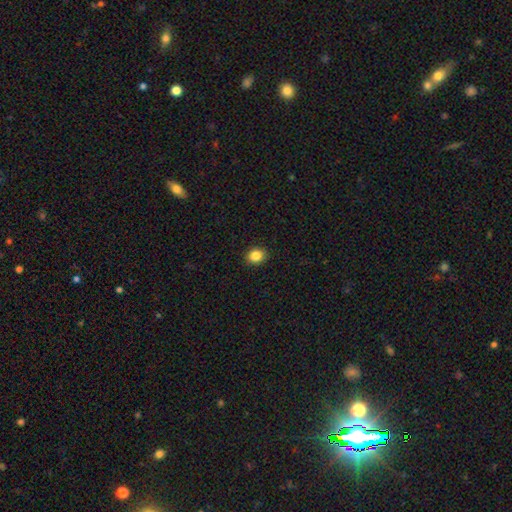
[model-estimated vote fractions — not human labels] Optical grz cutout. It shows a smooth galaxy with no disk features (86%) that is round (62%). Merging: none (91%).